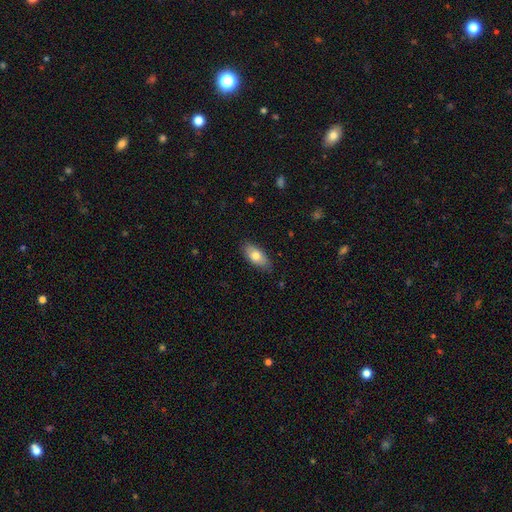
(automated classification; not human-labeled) The model was most divided on "smooth or featured": smooth: 75%, featured or disk: 18%, star or artifact: 6%. More confident: how rounded — in between (85%); merging — none (84%).